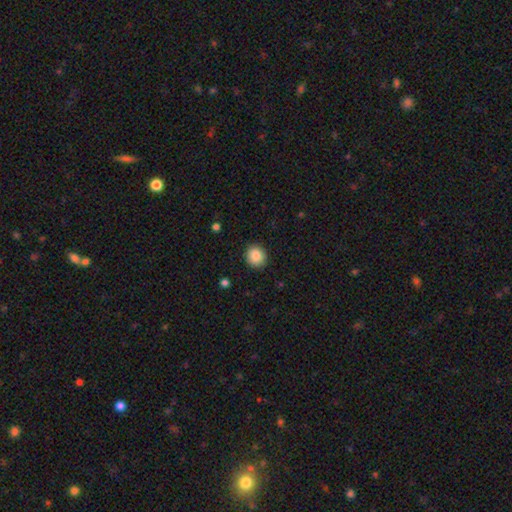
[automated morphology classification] smooth-or-featured: smooth: 87% | star or artifact: 8% | featured or disk: 4%
  how-rounded: round: 90% | in between: 9% | cigar-shaped: 1%
  merging: none: 92% | minor disturbance: 6% | major disturbance: 2% | merger: 1%